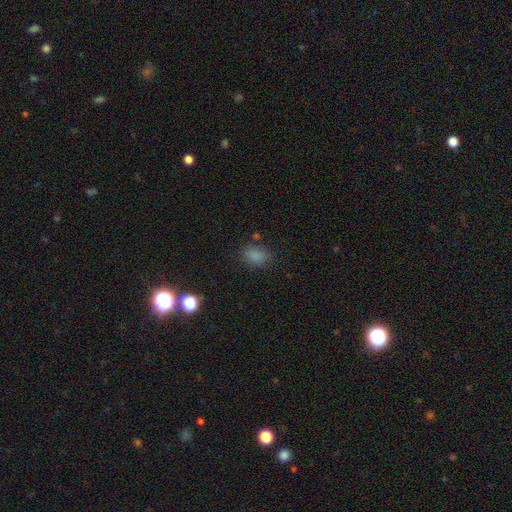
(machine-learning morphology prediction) smooth-or-featured: smooth: 82% | star or artifact: 14% | featured or disk: 5%
  how-rounded: in between: 64% | round: 34% | cigar-shaped: 1%
  merging: none: 78% | minor disturbance: 14% | major disturbance: 4% | merger: 4%